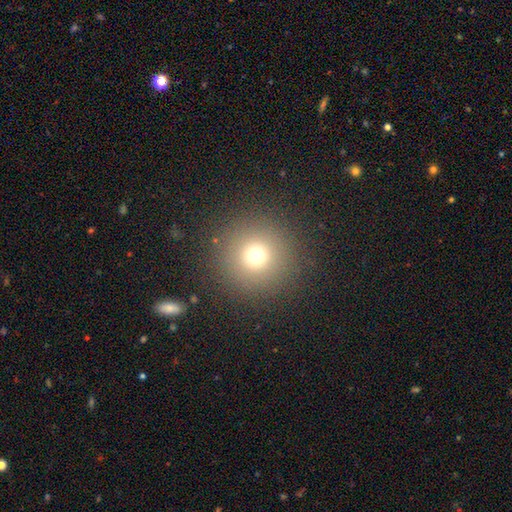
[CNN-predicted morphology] smooth_or_featured: smooth (p=0.72) [alt: star or artifact p=0.19]
how_rounded: round (p=0.96) [alt: in between p=0.03]
merging: none (p=0.90) [alt: minor disturbance p=0.06]